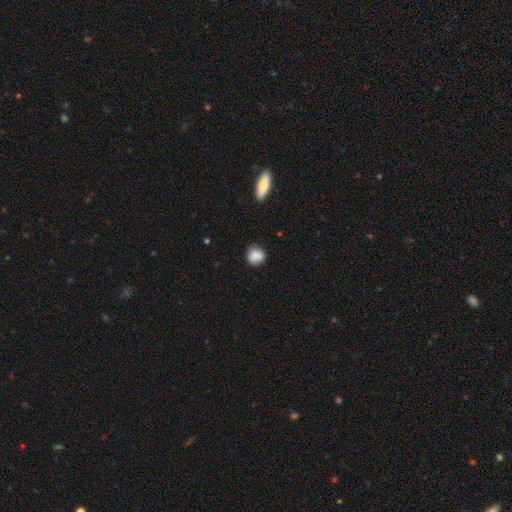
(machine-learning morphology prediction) Smooth or featured? smooth (83%)
How rounded? round (84%)
Merging? none (73%)